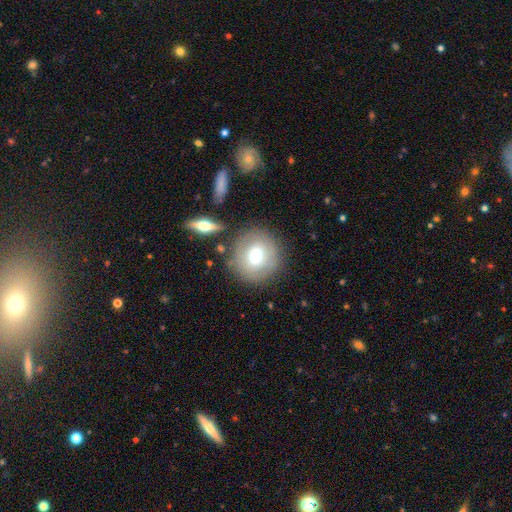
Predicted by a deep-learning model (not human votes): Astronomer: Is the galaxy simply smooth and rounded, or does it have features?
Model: smooth — 64%.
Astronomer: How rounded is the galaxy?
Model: round — 88%.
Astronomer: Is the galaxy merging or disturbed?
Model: none — 78%.